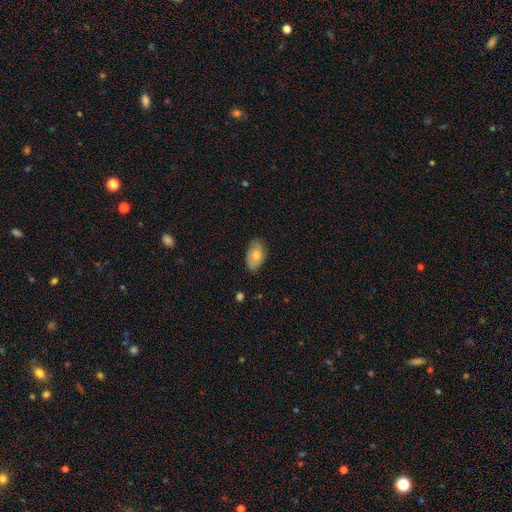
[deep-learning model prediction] Overall: smooth (71%). How rounded: in between (92%). Merging: none (77%).